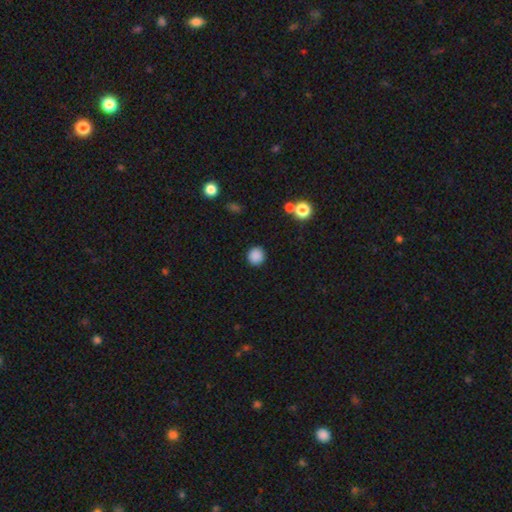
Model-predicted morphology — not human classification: Smooth or featured? Predicted: smooth (p=0.87). How rounded? Predicted: round (p=0.92). Merging? Predicted: none (p=0.90).